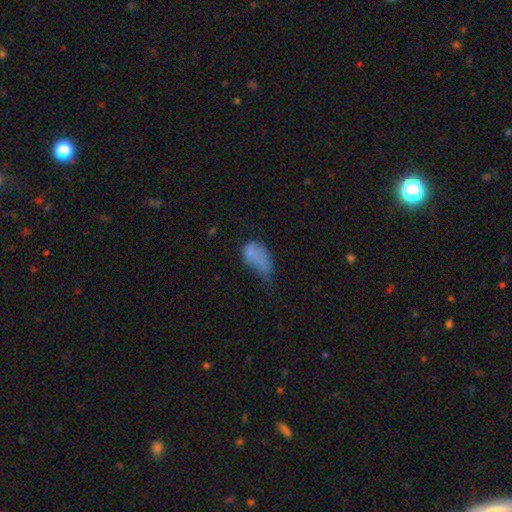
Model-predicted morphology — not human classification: Smooth or featured? Predicted: smooth (p=0.67). How rounded? Predicted: in between (p=0.88). Merging? Predicted: major disturbance (p=0.38).